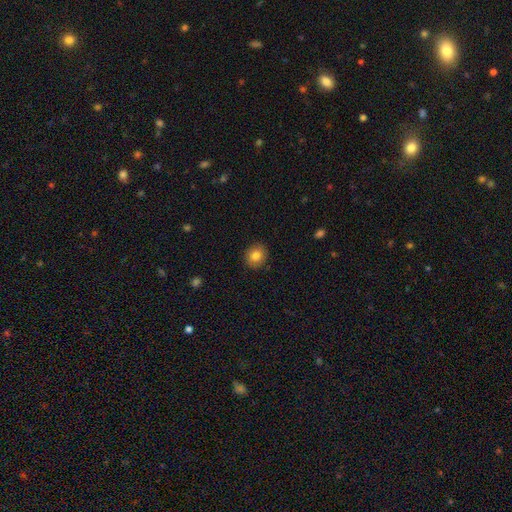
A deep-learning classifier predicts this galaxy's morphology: Smooth or featured: smooth — 82% (featured or disk — 9%)
How rounded: round — 81% (in between — 18%)
Merging: none — 89% (minor disturbance — 8%)